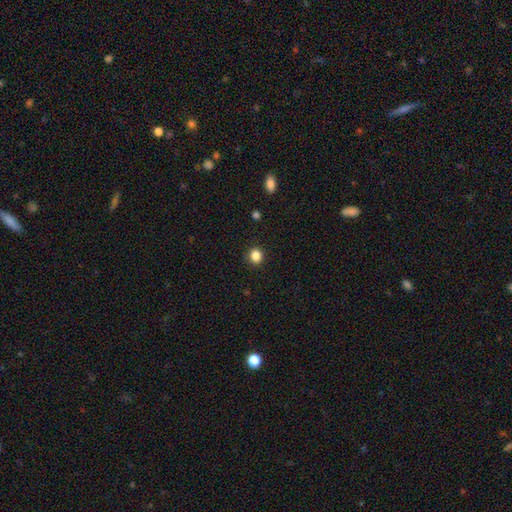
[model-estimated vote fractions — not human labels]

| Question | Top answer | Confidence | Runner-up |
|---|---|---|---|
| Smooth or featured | smooth | 85% | star or artifact (11%) |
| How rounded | round | 84% | in between (15%) |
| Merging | none | 91% | minor disturbance (6%) |